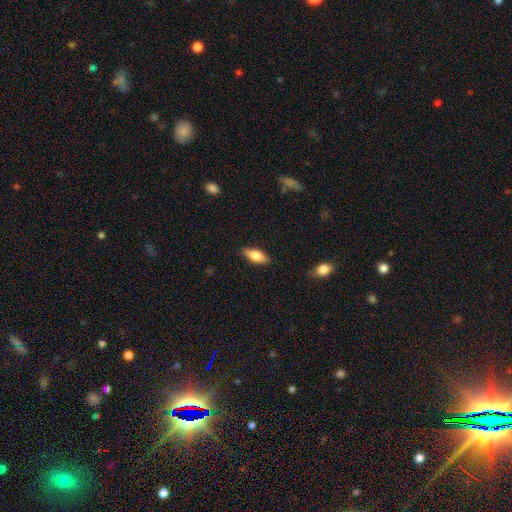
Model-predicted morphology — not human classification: Overall: smooth (68%). How rounded: in between (73%). Merging: none (86%).